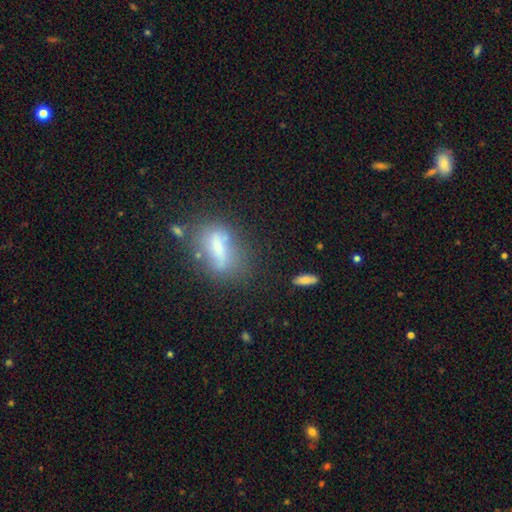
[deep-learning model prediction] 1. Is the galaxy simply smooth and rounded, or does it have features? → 57% smooth, 24% featured or disk, 19% star or artifact.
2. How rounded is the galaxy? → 74% in between, 14% cigar-shaped, 13% round.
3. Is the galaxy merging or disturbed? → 64% none, 17% minor disturbance, 10% merger, 9% major disturbance.